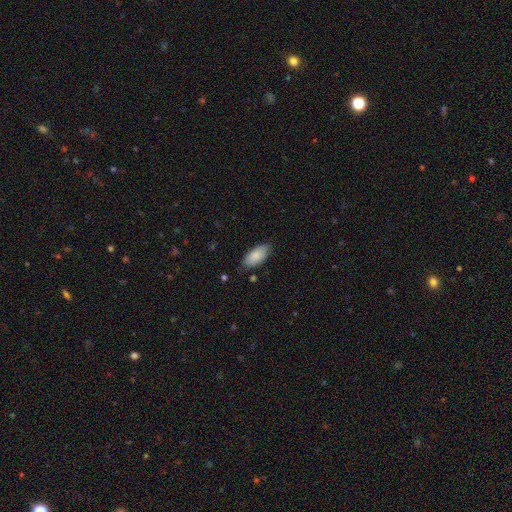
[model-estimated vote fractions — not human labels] The model was most divided on "merging": none: 74%, minor disturbance: 21%, major disturbance: 3%, merger: 2%. More confident: how rounded — in between (92%); smooth or featured — smooth (85%).